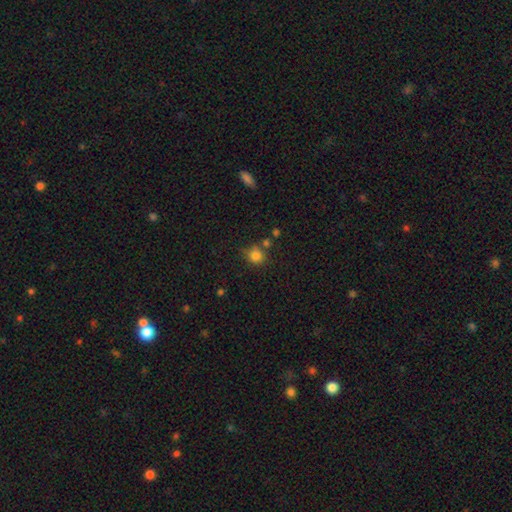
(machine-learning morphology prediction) A smooth galaxy with no disk features (82%) that is round (87%).

Vote fractions:
- Smooth or featured? smooth: 82% / star or artifact: 12% / featured or disk: 6%
- How rounded? round: 87% / in between: 12% / cigar-shaped: 1%
- Merging? none: 70% / minor disturbance: 14% / merger: 12% / major disturbance: 4%